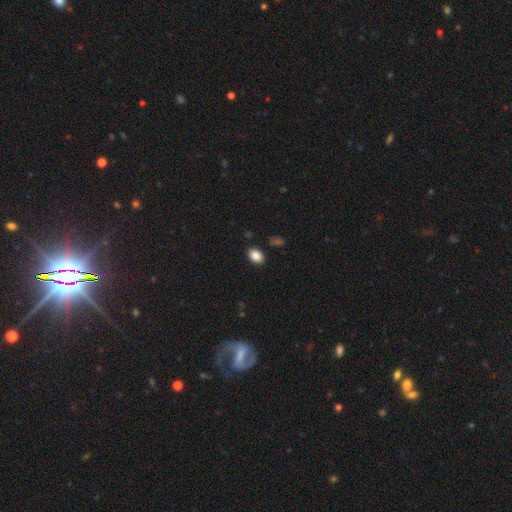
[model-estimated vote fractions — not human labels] smooth-or-featured: smooth: 86% | star or artifact: 8% | featured or disk: 5%
  how-rounded: in between: 81% | round: 18% | cigar-shaped: 1%
  merging: none: 88% | minor disturbance: 8% | major disturbance: 2% | merger: 2%